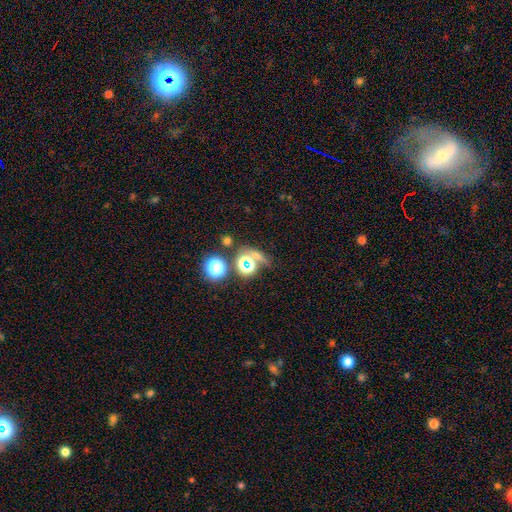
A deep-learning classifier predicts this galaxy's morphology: Smooth or featured? star or artifact (47%)